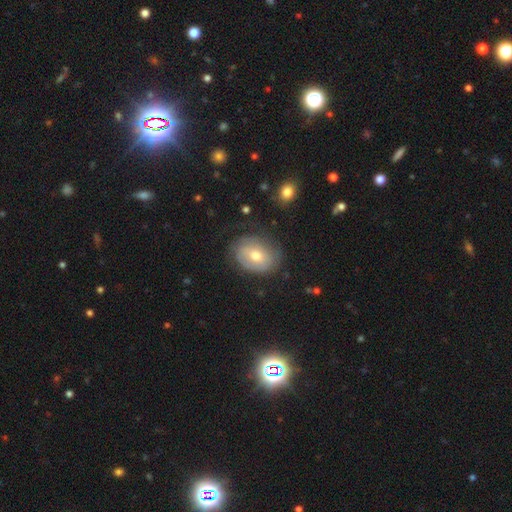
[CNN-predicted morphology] A featured or disk galaxy (47%).

Vote fractions:
- Smooth or featured? featured or disk: 47% / smooth: 45% / star or artifact: 8%
- Merging? none: 68% / minor disturbance: 22% / major disturbance: 9% / merger: 1%